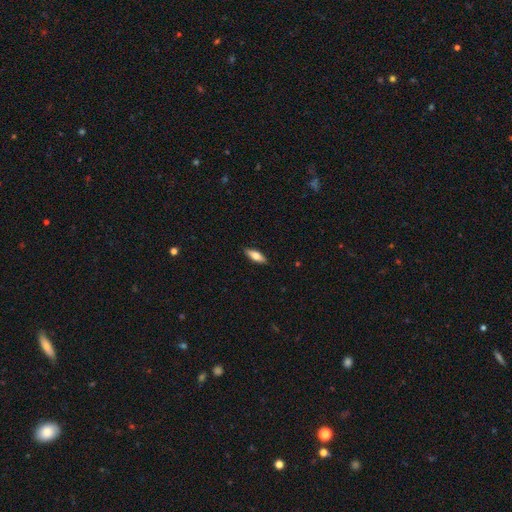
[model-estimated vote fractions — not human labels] This is likely a smooth galaxy (66%). How rounded: possibly in between (59%). Merging: clearly none (89%).